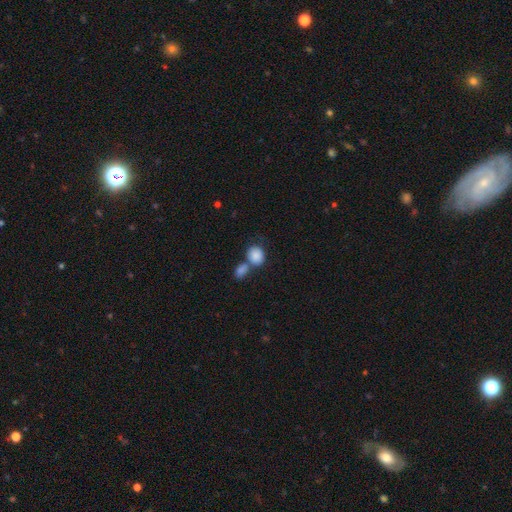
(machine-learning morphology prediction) A smooth galaxy with no disk features (87%) that is round (57%).

Vote fractions:
- Smooth or featured? smooth: 87% / star or artifact: 7% / featured or disk: 6%
- How rounded? round: 57% / in between: 42% / cigar-shaped: 1%
- Merging? merger: 48% / none: 37% / minor disturbance: 10% / major disturbance: 5%